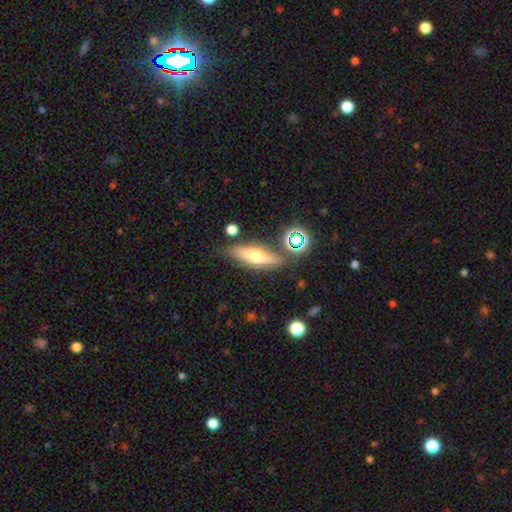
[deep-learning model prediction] A smooth galaxy with no disk features (54%) that is cigar-shaped (53%). Merging: none (78%).